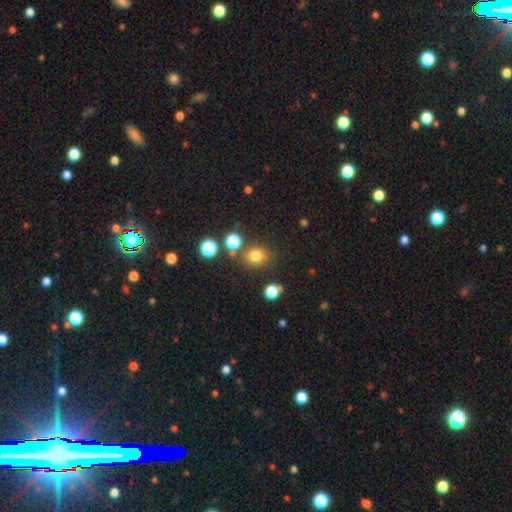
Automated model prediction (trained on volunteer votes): Smooth or featured: smooth — 76% (star or artifact — 17%)
How rounded: round — 76% (in between — 23%)
Merging: none — 78% (minor disturbance — 11%)